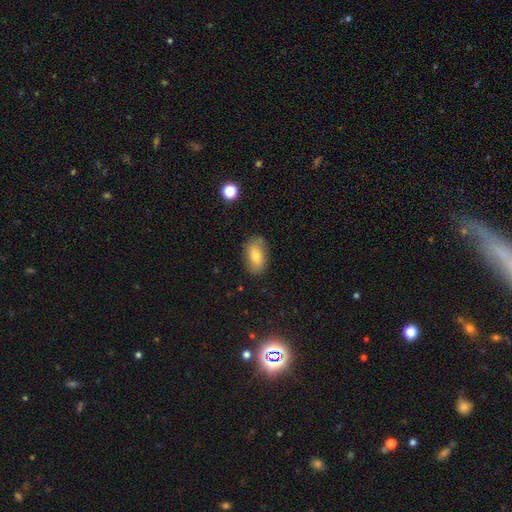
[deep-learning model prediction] Morphology: type=smooth (73%); roundness=in between (90%); merging=none (81%).